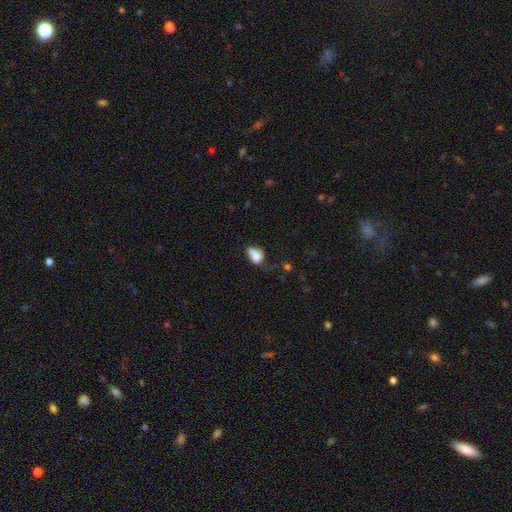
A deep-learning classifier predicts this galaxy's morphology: The model was most divided on "merging": minor disturbance: 32%, none: 27%, major disturbance: 25%, merger: 16%. More confident: how rounded — in between (76%); smooth or featured — smooth (72%).